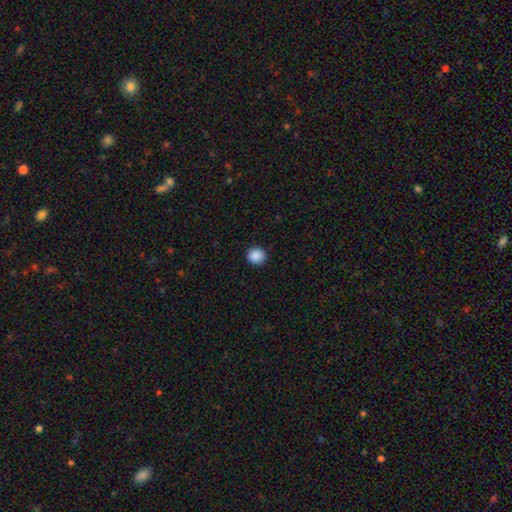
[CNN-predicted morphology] type=smooth (89%); roundness=round (88%); merging=none (91%).